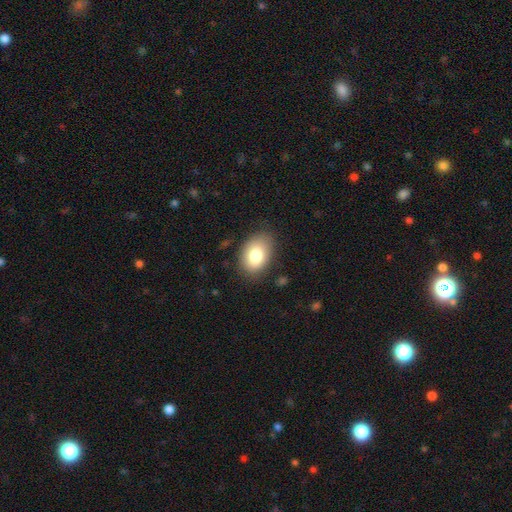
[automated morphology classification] Smooth or featured? Predicted: smooth (p=0.82). How rounded? Predicted: in between (p=0.86). Merging? Predicted: none (p=0.79).